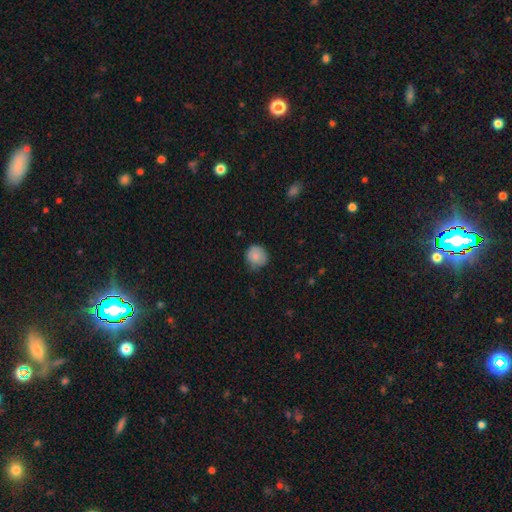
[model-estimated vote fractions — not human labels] A smooth galaxy with no disk features (82%) that is round (88%).

Vote fractions:
- Smooth or featured? smooth: 82% / featured or disk: 10% / star or artifact: 8%
- How rounded? round: 88% / in between: 11% / cigar-shaped: 1%
- Merging? none: 70% / minor disturbance: 25% / major disturbance: 4% / merger: 1%